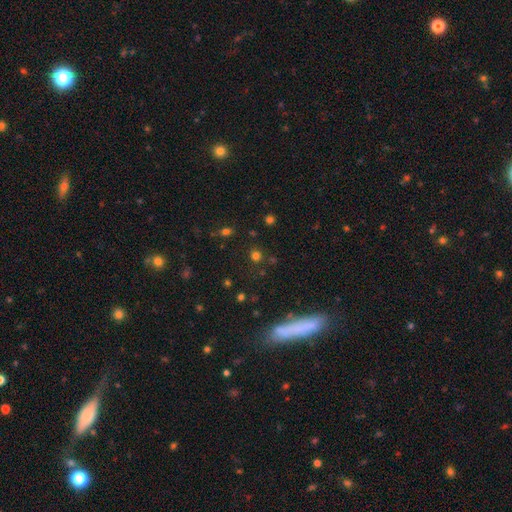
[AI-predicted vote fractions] The model was most divided on "smooth or featured": smooth: 67%, star or artifact: 27%, featured or disk: 6%. More confident: how rounded — round (88%); merging — none (84%).